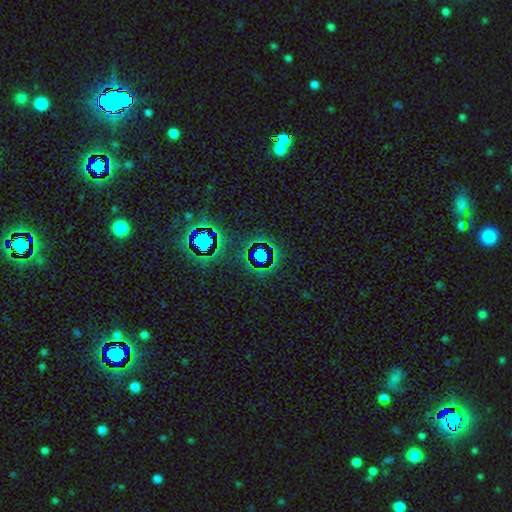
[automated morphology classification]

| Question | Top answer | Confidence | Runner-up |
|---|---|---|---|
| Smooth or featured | star or artifact | 73% | smooth (17%) |